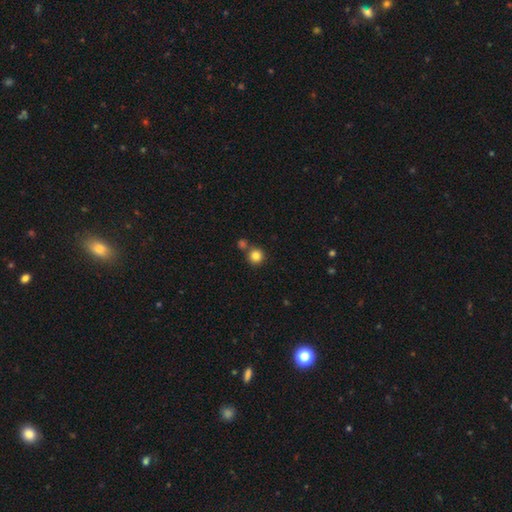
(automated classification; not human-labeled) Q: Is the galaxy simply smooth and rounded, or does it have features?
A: smooth — 83%.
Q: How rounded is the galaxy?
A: round — 94%.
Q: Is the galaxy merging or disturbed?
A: none — 73%.